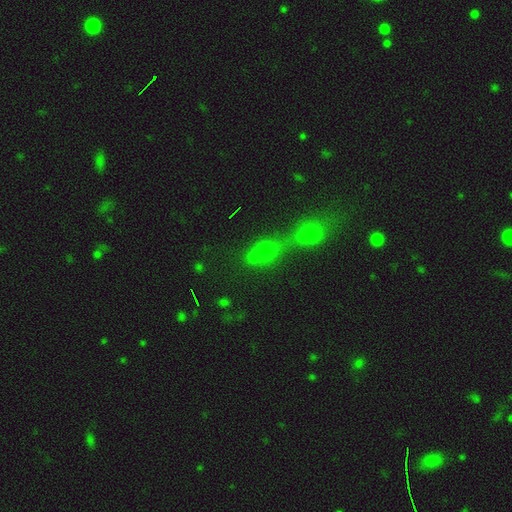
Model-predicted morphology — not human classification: smooth-or-featured: smooth: 58% | star or artifact: 28% | featured or disk: 14%
  how-rounded: round: 69% | in between: 27% | cigar-shaped: 5%
  merging: merger: 56% | none: 31% | minor disturbance: 7% | major disturbance: 6%